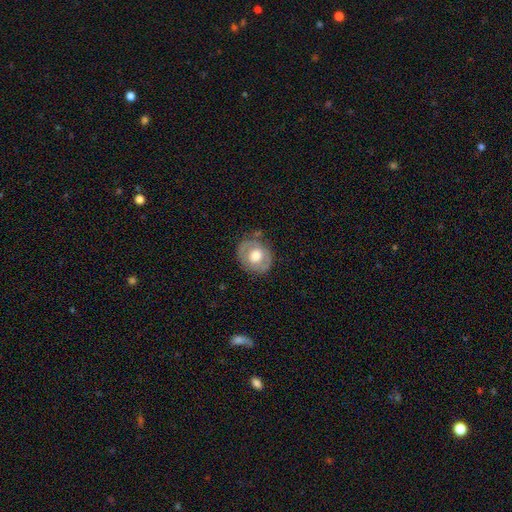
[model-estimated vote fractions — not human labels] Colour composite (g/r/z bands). It shows a smooth galaxy with no disk features (48%). Merging: none (74%).